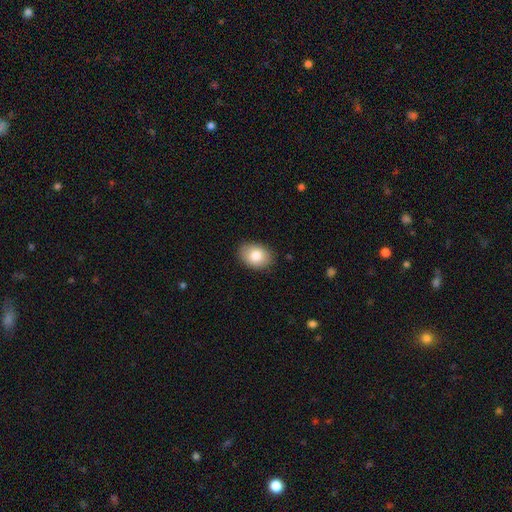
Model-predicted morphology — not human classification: smooth_or_featured: smooth (p=0.84) [alt: featured or disk p=0.09]
how_rounded: in between (p=0.75) [alt: round p=0.24]
merging: none (p=0.87) [alt: minor disturbance p=0.10]